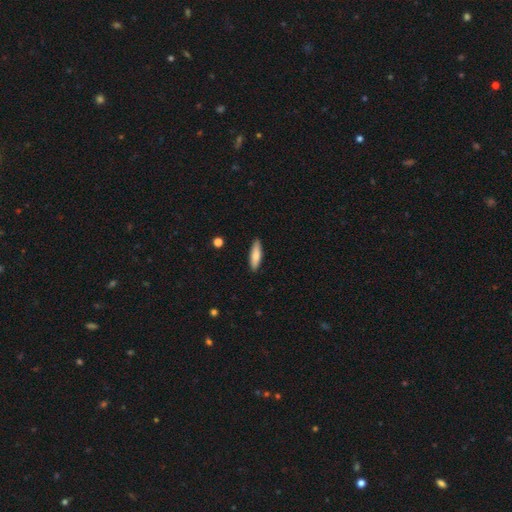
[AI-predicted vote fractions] smooth_or_featured: smooth (p=0.76) [alt: featured or disk p=0.18]
how_rounded: cigar-shaped (p=0.61) [alt: in between p=0.37]
merging: none (p=0.88) [alt: minor disturbance p=0.09]